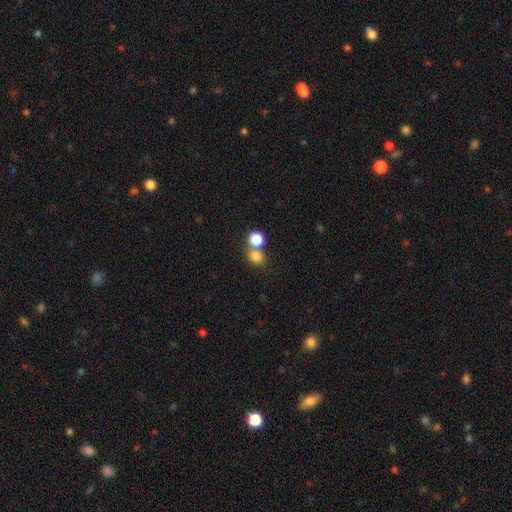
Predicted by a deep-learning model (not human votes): A smooth galaxy with no disk features (80%) that is round (67%).

Vote fractions:
- Smooth or featured? smooth: 80% / star or artifact: 13% / featured or disk: 7%
- How rounded? round: 67% / in between: 32% / cigar-shaped: 1%
- Merging? none: 50% / merger: 39% / minor disturbance: 8% / major disturbance: 3%